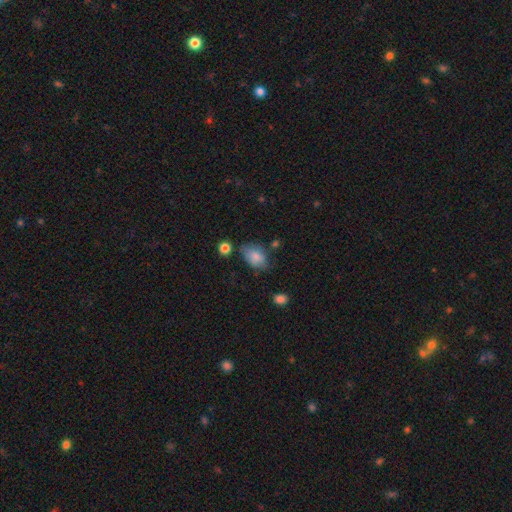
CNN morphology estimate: A smooth galaxy with no disk features (81%) that is in between round and cigar-shaped (85%). Merging: none (63%).